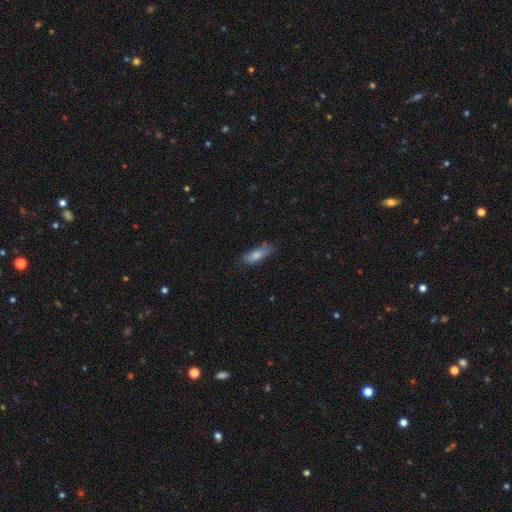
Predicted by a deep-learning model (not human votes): Overall: smooth (72%). How rounded: in between (54%; cigar-shaped 43%). Merging: none (65%; minor disturbance 26%).